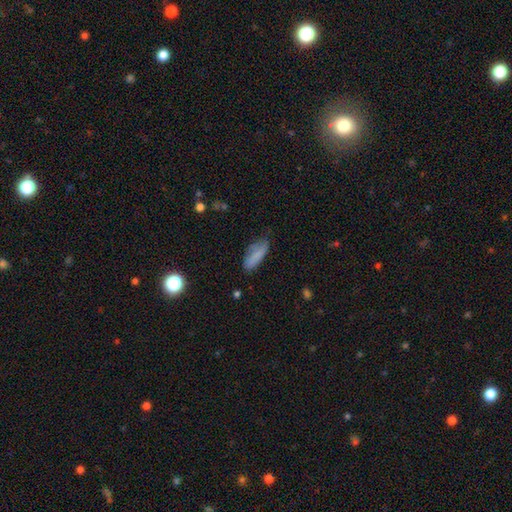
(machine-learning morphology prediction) Smooth or featured? Predicted: smooth (p=0.79). How rounded? Predicted: in between (p=0.66). Merging? Predicted: none (p=0.59).